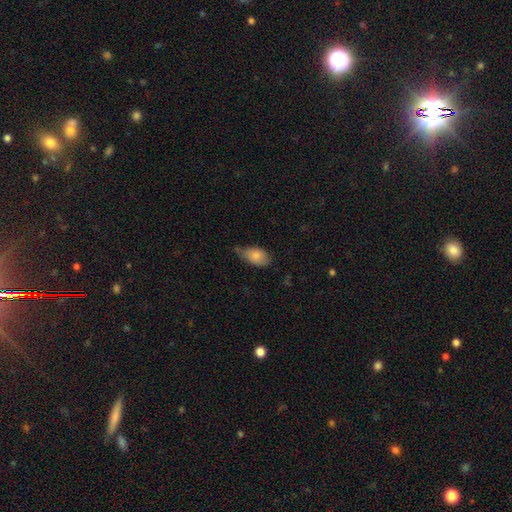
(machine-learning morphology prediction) The model was most divided on "merging": minor disturbance: 47%, none: 39%, major disturbance: 11%, merger: 3%. More confident: how rounded — in between (91%); smooth or featured — smooth (80%).